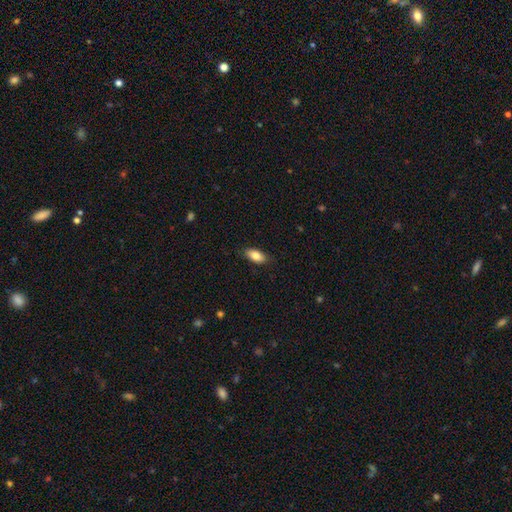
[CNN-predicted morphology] This appears to be a smooth galaxy with no disk features (83%) that is in between round and cigar-shaped (89%). Merging: none (85%).